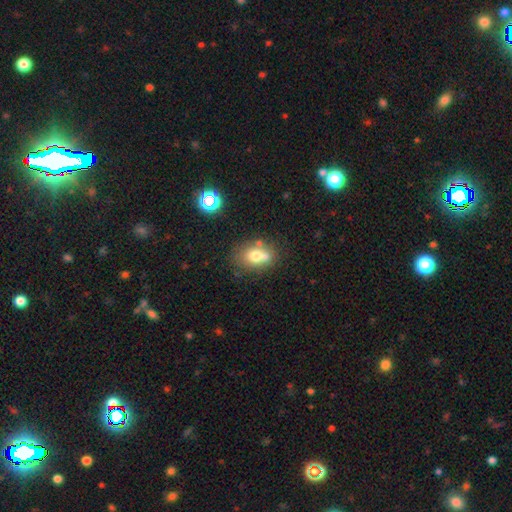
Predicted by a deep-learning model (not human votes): A smooth galaxy with no disk features (67%) that is in between round and cigar-shaped (61%).

Vote fractions:
- Smooth or featured? smooth: 67% / featured or disk: 20% / star or artifact: 13%
- How rounded? in between: 61% / round: 37% / cigar-shaped: 1%
- Merging? none: 49% / merger: 31% / minor disturbance: 15% / major disturbance: 5%